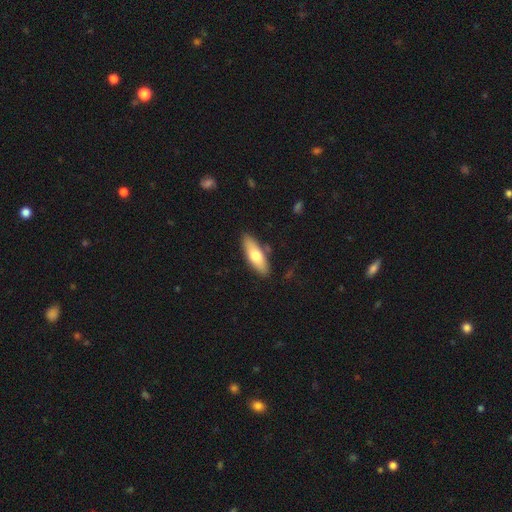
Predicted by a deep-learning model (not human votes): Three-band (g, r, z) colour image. It shows a smooth galaxy with no disk features (68%) that is in between round and cigar-shaped (57%). Merging: none (85%).